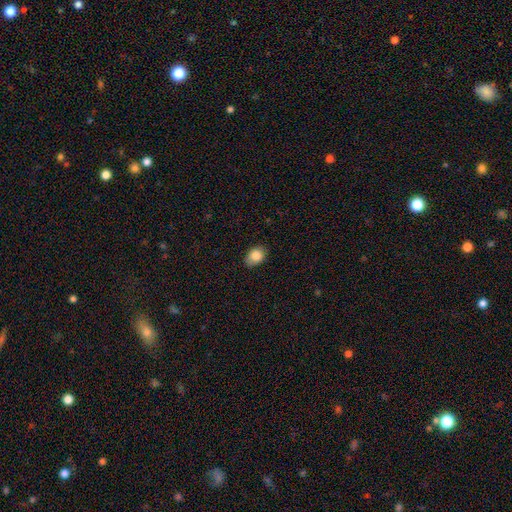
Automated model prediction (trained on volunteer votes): Smooth or featured?
  - smooth: 86% *
  - star or artifact: 8%
  - featured or disk: 6%
How rounded?
  - in between: 75% *
  - round: 24%
  - cigar-shaped: 1%
Merging?
  - none: 81% *
  - minor disturbance: 15%
  - major disturbance: 3%
  - merger: 1%